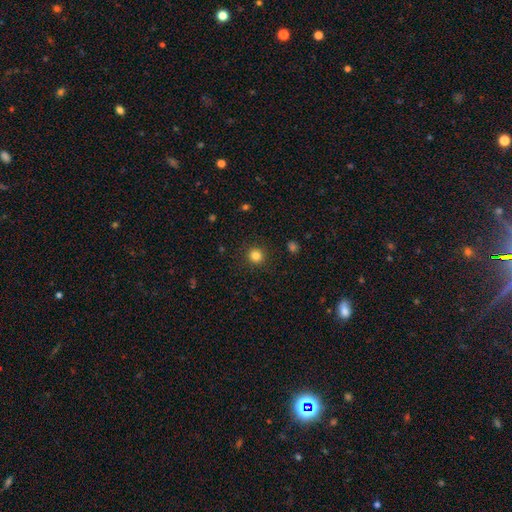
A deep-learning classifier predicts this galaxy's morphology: smooth_or_featured: smooth (p=0.83) [alt: star or artifact p=0.13]
how_rounded: round (p=0.94) [alt: in between p=0.05]
merging: none (p=0.91) [alt: minor disturbance p=0.06]